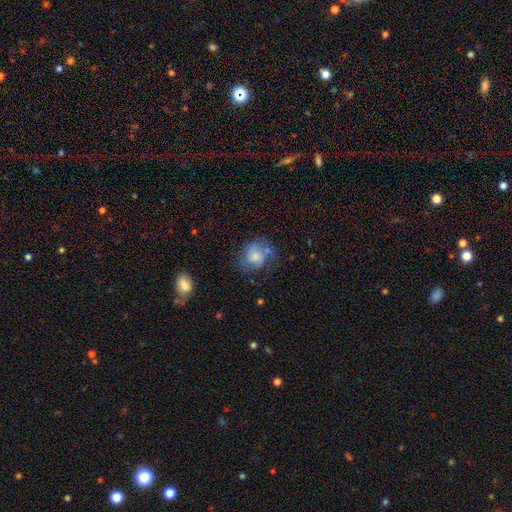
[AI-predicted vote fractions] Smooth or featured?
  - smooth: 57% *
  - featured or disk: 34%
  - star or artifact: 9%
How rounded?
  - round: 65% *
  - in between: 34%
  - cigar-shaped: 1%
Merging?
  - none: 47% *
  - minor disturbance: 27%
  - major disturbance: 19%
  - merger: 7%